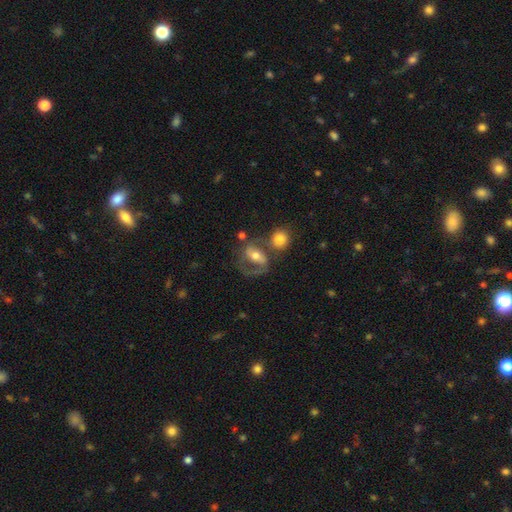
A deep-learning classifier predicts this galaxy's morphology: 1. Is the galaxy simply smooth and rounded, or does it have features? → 66% featured or disk, 26% smooth, 8% star or artifact.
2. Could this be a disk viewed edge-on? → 94% no, 6% yes.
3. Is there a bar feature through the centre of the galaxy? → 42% strong, 32% weak, 25% no.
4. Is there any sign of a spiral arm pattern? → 79% yes, 21% no.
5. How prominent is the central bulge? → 66% moderate, 20% small, 11% large, 2% none, 2% dominant.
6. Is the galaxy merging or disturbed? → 43% none, 25% merger, 16% minor disturbance, 16% major disturbance.